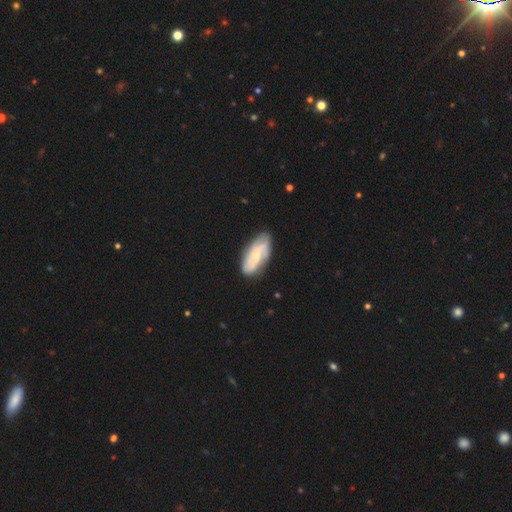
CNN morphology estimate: The model was most divided on "smooth or featured": featured or disk: 57%, smooth: 36%, star or artifact: 6%. More confident: edge-on disk — no (91%); spiral arms — yes (85%); merging — none (74%); bar — no (60%); bulge size — small (55%).